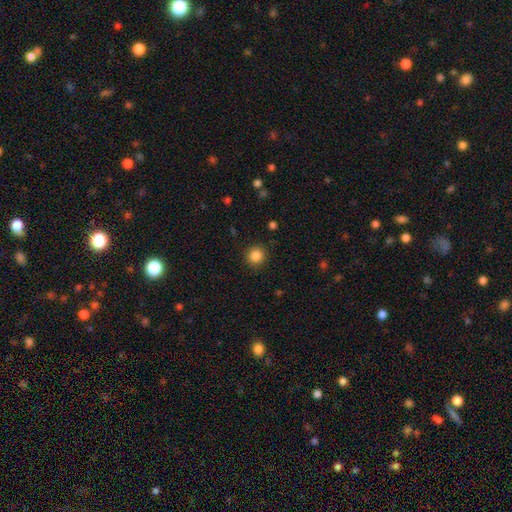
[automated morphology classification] A smooth galaxy with no disk features (85%) that is round (93%).

Vote fractions:
- Smooth or featured? smooth: 85% / star or artifact: 11% / featured or disk: 4%
- How rounded? round: 93% / in between: 6% / cigar-shaped: 1%
- Merging? none: 91% / minor disturbance: 6% / major disturbance: 2% / merger: 1%